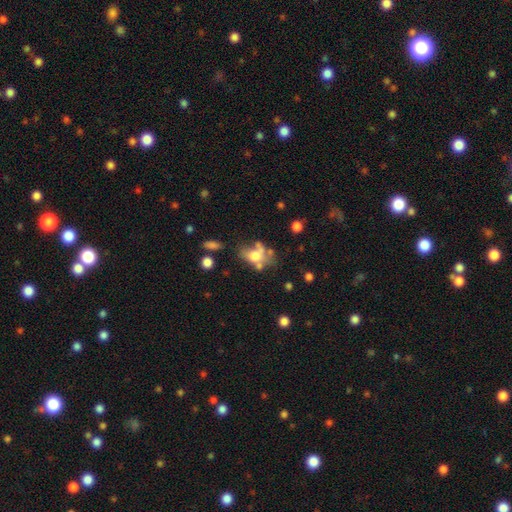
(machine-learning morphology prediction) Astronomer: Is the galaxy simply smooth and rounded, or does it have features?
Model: smooth — 55% (runner-up: featured or disk, 33%).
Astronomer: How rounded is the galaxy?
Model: in between — 70%.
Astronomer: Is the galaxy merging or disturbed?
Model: merger — 35% (runner-up: none, 25%).